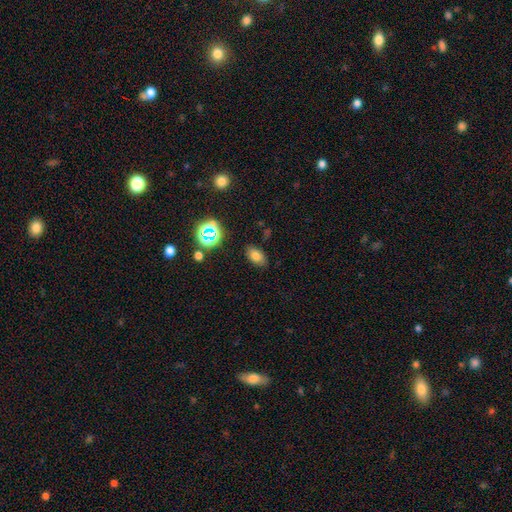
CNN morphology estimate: A smooth galaxy with no disk features (72%) that is in between round and cigar-shaped (87%).

Vote fractions:
- Smooth or featured? smooth: 72% / star or artifact: 17% / featured or disk: 11%
- How rounded? in between: 87% / round: 11% / cigar-shaped: 2%
- Merging? none: 84% / minor disturbance: 11% / major disturbance: 3% / merger: 2%